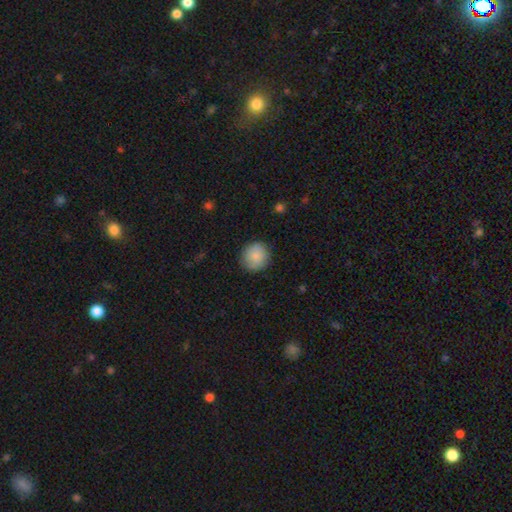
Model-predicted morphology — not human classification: Smooth or featured: smooth — 86% (star or artifact — 7%)
How rounded: round — 90% (in between — 9%)
Merging: none — 87% (minor disturbance — 9%)